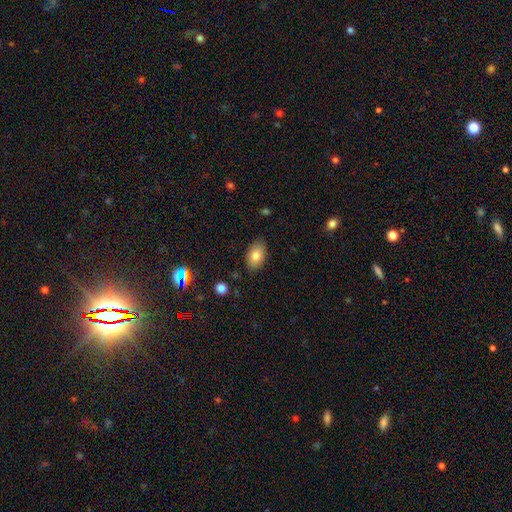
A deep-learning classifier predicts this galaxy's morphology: Smooth or featured?
  - smooth: 79% *
  - featured or disk: 12%
  - star or artifact: 9%
How rounded?
  - in between: 90% *
  - round: 9%
  - cigar-shaped: 1%
Merging?
  - none: 84% *
  - minor disturbance: 12%
  - major disturbance: 3%
  - merger: 1%